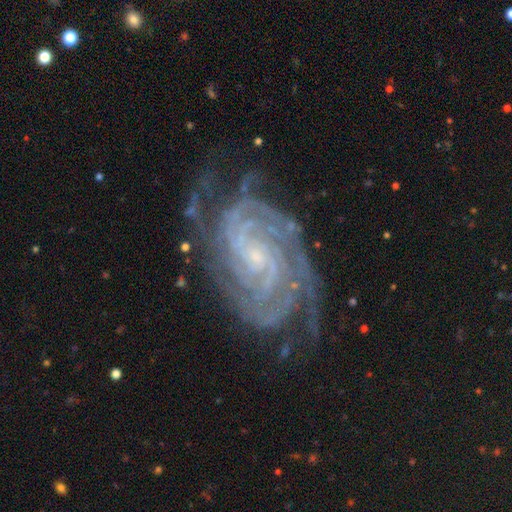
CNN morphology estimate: A featured or disk galaxy (91%) with no bar (56%), 2 (24%) tight (77%) spiral arms (98%) and a small central bulge (80%). Merging: none (71%).